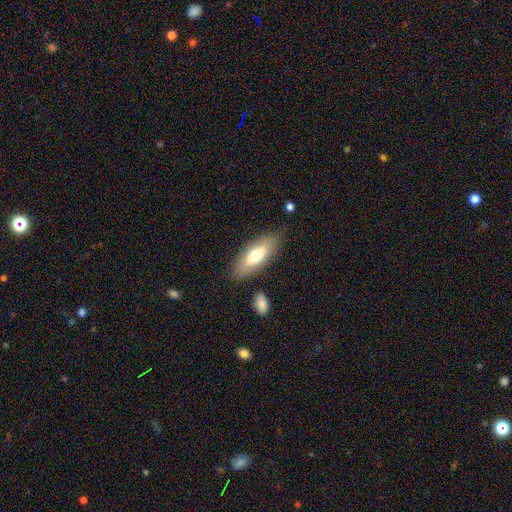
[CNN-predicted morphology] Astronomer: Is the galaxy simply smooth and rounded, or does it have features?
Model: smooth — 67%.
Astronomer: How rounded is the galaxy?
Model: in between — 79%.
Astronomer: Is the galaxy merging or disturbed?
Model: none — 80%.